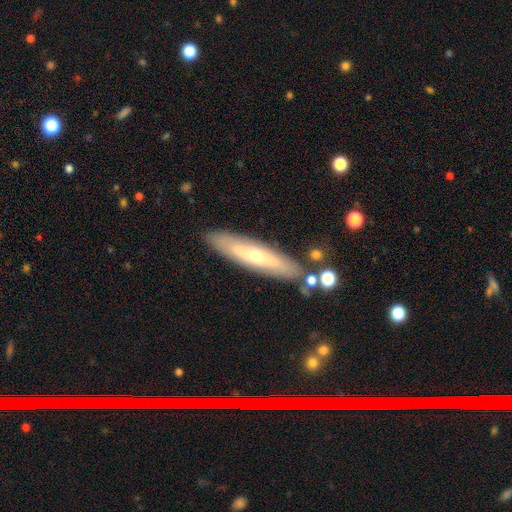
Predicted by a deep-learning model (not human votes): The model was most divided on "smooth or featured": featured or disk: 52%, smooth: 42%, star or artifact: 6%. More confident: merging — none (83%); edge-on disk — yes (61%).